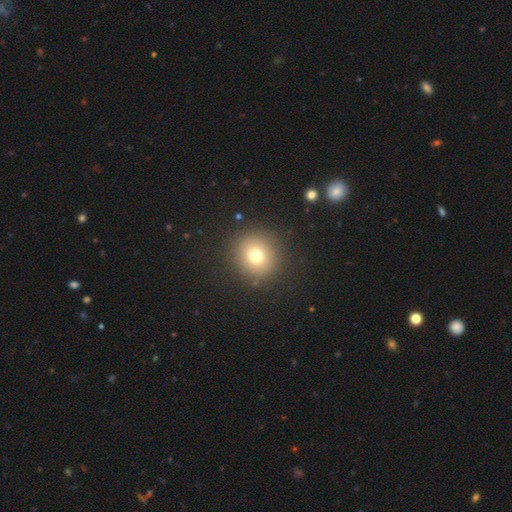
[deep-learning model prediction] Smooth or featured? Predicted: smooth (p=0.73). How rounded? Predicted: round (p=0.92). Merging? Predicted: none (p=0.89).